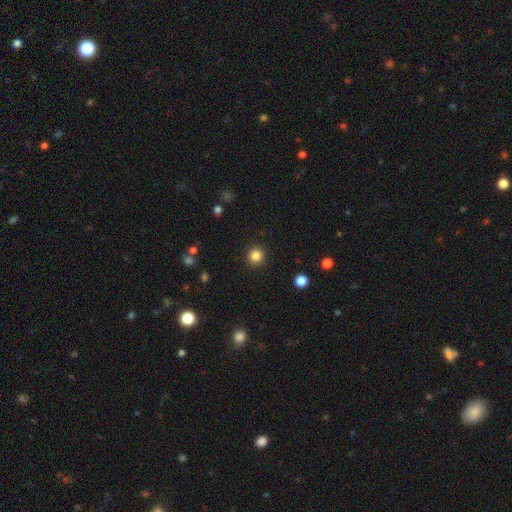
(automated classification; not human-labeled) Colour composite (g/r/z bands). It shows a smooth galaxy with no disk features (84%) that is round (94%). Merging: none (92%).